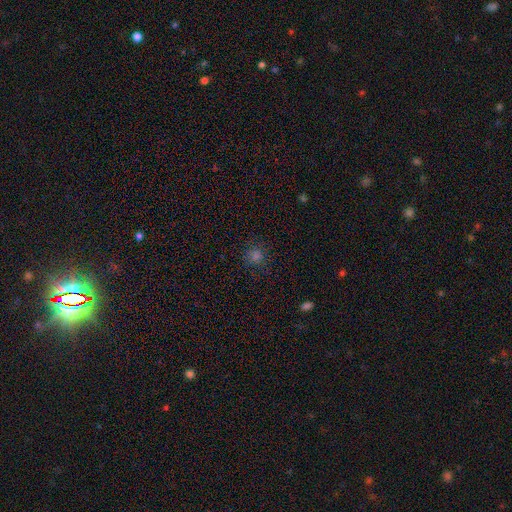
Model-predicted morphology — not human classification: A smooth galaxy with no disk features (70%) that is round (91%).

Vote fractions:
- Smooth or featured? smooth: 70% / star or artifact: 25% / featured or disk: 5%
- How rounded? round: 91% / in between: 8% / cigar-shaped: 1%
- Merging? none: 86% / minor disturbance: 9% / major disturbance: 3% / merger: 1%